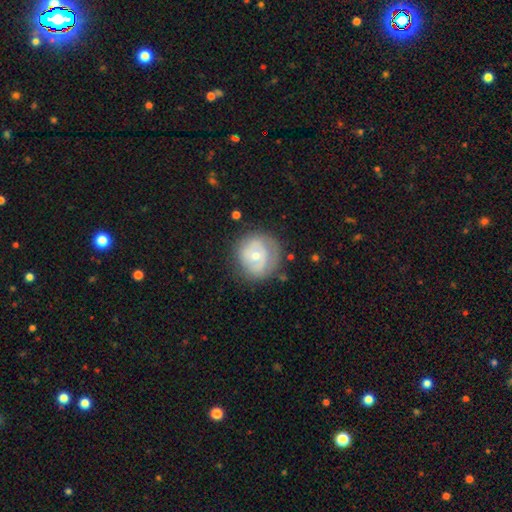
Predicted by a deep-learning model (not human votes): Morphology: type=featured or disk (58%); edge-on=no (97%); bar=no (66%); spiral arms=yes (57%); bulge=moderate (48%, tied with small); merging=none (69%).